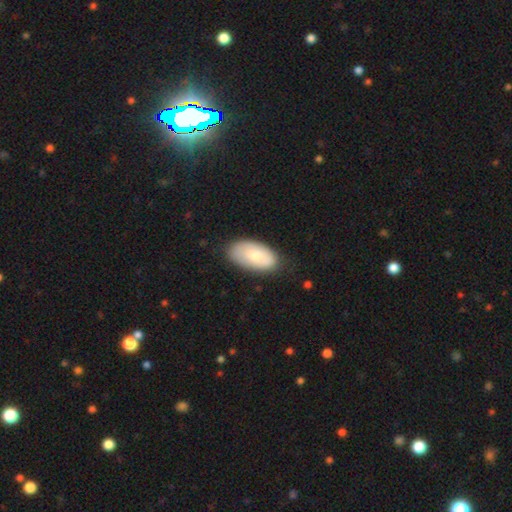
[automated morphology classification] Smooth or featured: smooth — 74% (featured or disk — 20%)
How rounded: in between — 95% (round — 3%)
Merging: none — 79% (minor disturbance — 16%)